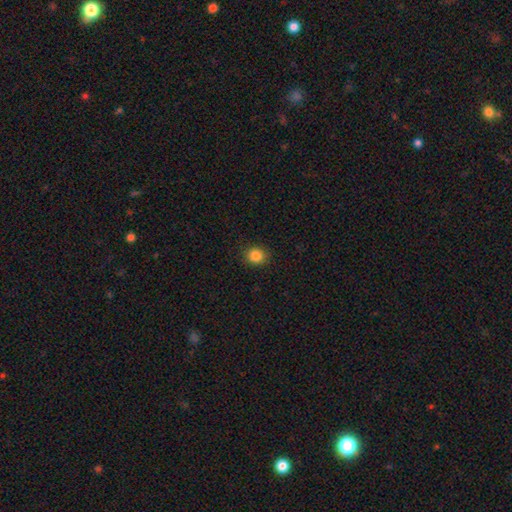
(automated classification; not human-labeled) Q: Smooth or featured?
A: smooth (85%); runner-up: star or artifact (11%)
Q: How rounded?
A: round (81%); runner-up: in between (18%)
Q: Merging?
A: none (90%); runner-up: minor disturbance (7%)